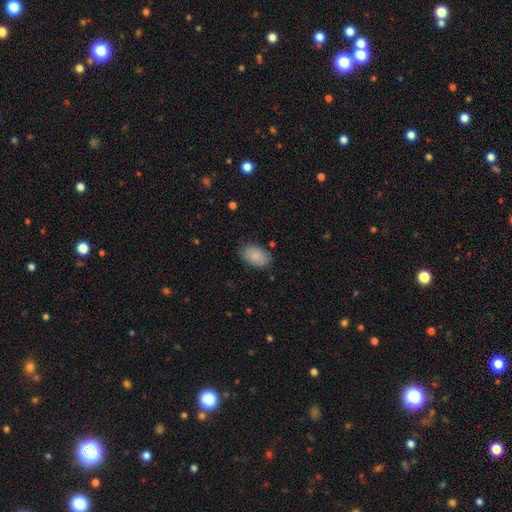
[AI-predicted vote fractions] Smooth or featured: smooth — 87% (star or artifact — 7%)
How rounded: in between — 90% (round — 9%)
Merging: none — 80% (minor disturbance — 15%)